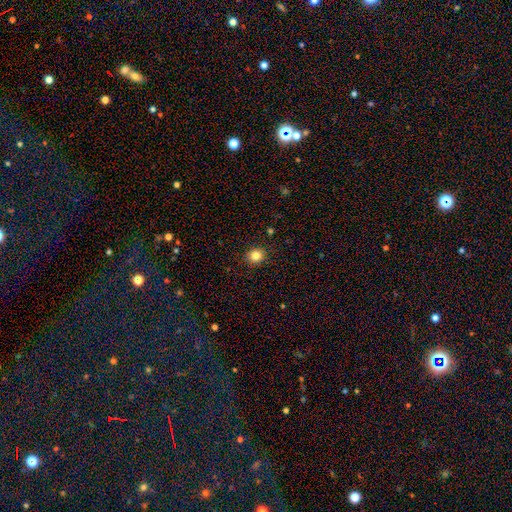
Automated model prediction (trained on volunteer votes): Q: Smooth or featured?
A: smooth (84%); runner-up: star or artifact (11%)
Q: How rounded?
A: round (75%); runner-up: in between (24%)
Q: Merging?
A: none (90%); runner-up: minor disturbance (7%)